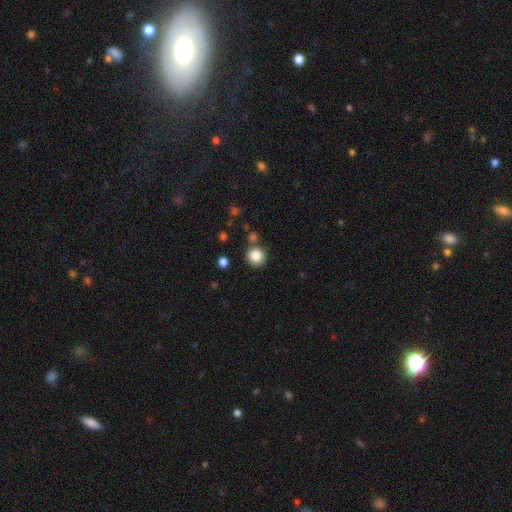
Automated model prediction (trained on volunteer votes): The model was most divided on "merging": none: 81%, minor disturbance: 9%, merger: 7%, major disturbance: 3%. More confident: how rounded — round (92%); smooth or featured — smooth (85%).